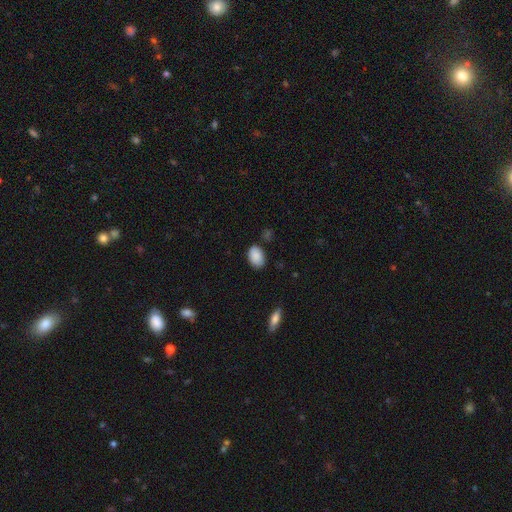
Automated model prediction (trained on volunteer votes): Morphology: type=smooth (89%); roundness=in between (88%); merging=none (80%).